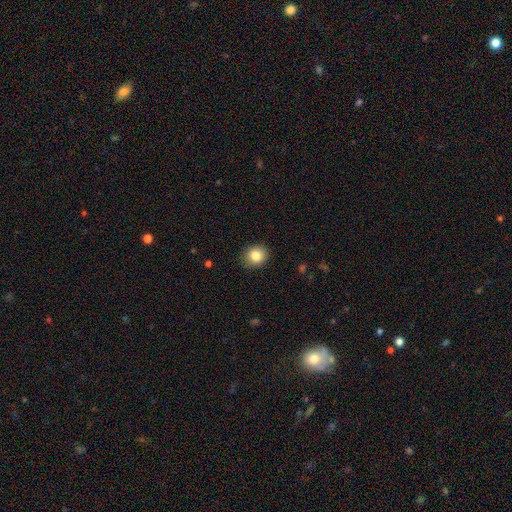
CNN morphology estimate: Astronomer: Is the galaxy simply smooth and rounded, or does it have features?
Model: smooth — 84%.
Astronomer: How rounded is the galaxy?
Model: round — 79%.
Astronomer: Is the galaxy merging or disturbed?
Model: none — 88%.